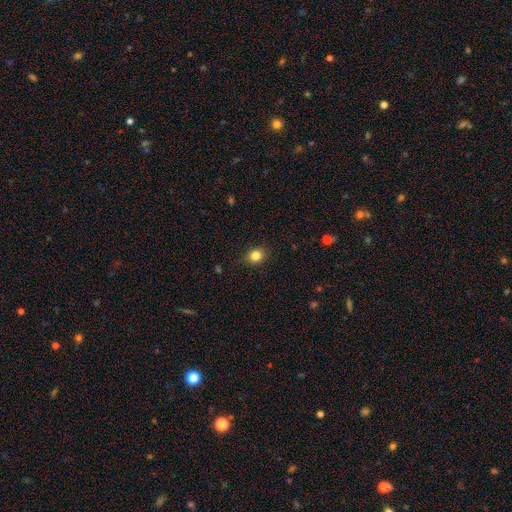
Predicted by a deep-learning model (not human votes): A smooth galaxy with no disk features (84%) that is round (62%). Merging: none (87%).